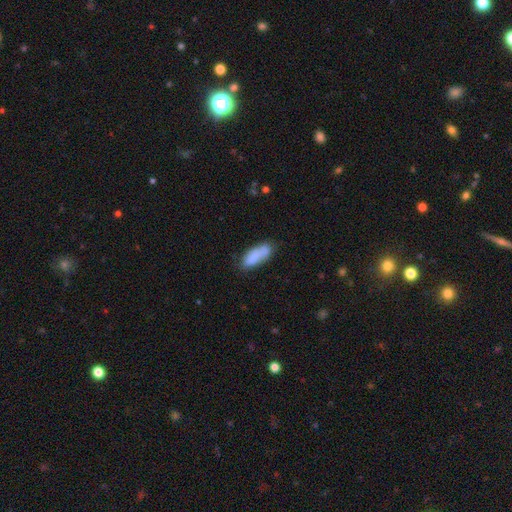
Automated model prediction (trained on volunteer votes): A smooth galaxy with no disk features (78%) that is in between round and cigar-shaped (70%).

Vote fractions:
- Smooth or featured? smooth: 78% / featured or disk: 15% / star or artifact: 8%
- How rounded? in between: 70% / cigar-shaped: 28% / round: 2%
- Merging? none: 55% / minor disturbance: 23% / merger: 15% / major disturbance: 7%